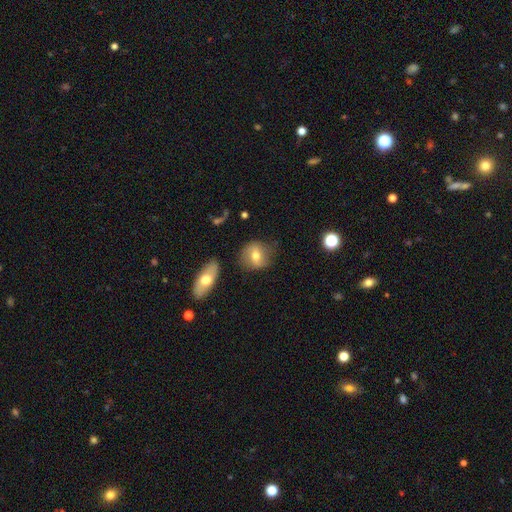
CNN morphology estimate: A smooth galaxy with no disk features (60%) that is round (67%).

Vote fractions:
- Smooth or featured? smooth: 60% / featured or disk: 32% / star or artifact: 9%
- How rounded? round: 67% / in between: 30% / cigar-shaped: 2%
- Merging? none: 76% / minor disturbance: 16% / major disturbance: 5% / merger: 4%